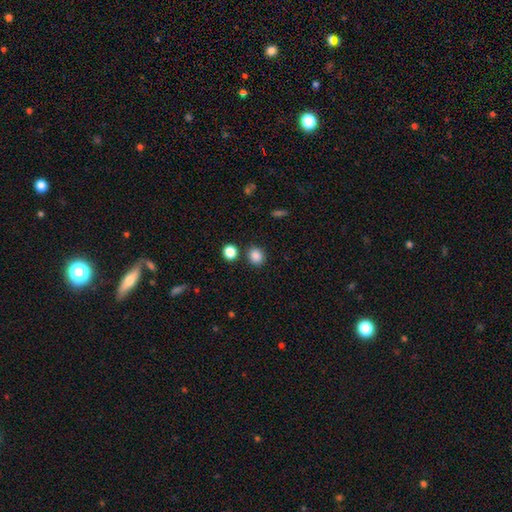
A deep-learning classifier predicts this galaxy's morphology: A smooth galaxy with no disk features (86%) that is round (73%).

Vote fractions:
- Smooth or featured? smooth: 86% / star or artifact: 11% / featured or disk: 4%
- How rounded? round: 73% / in between: 26% / cigar-shaped: 1%
- Merging? none: 83% / minor disturbance: 8% / merger: 6% / major disturbance: 3%